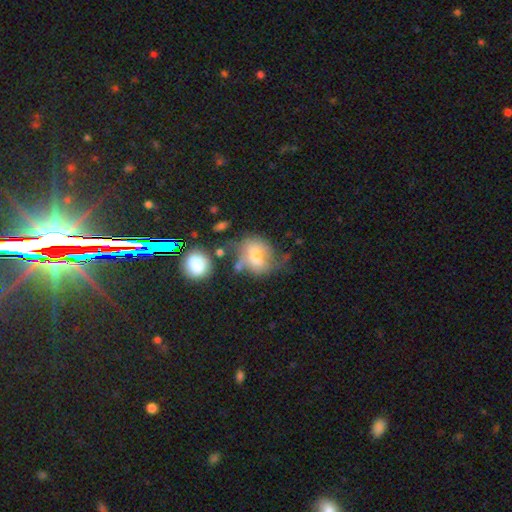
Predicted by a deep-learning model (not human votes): Overall: smooth (48%; featured or disk 41%). Merging: none (33%; major disturbance 29%).